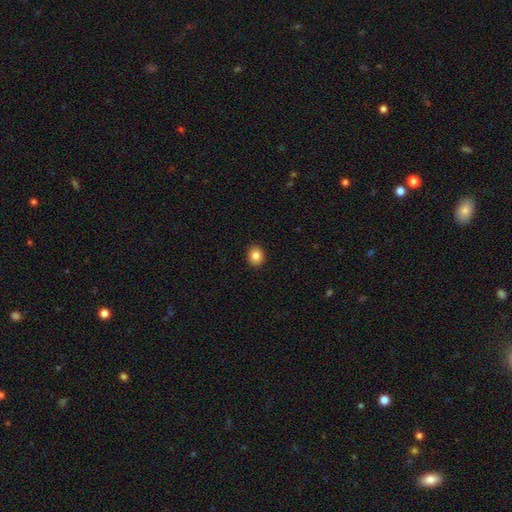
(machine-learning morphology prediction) This is clearly a smooth galaxy (84%). How rounded: likely round (72%). Merging: clearly none (91%).